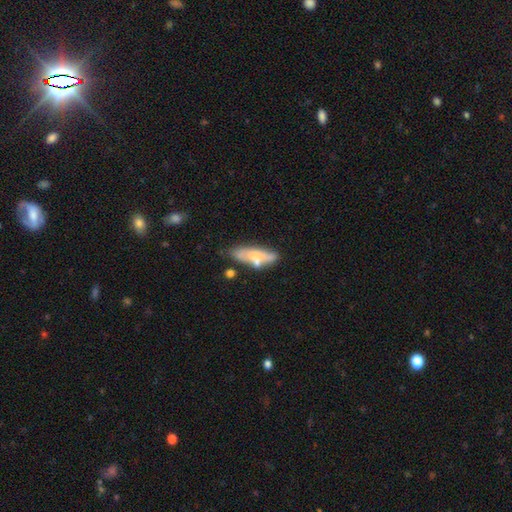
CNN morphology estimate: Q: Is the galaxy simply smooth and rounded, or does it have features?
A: smooth — 53%.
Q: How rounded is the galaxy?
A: in between — 55%.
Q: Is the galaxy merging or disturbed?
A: none — 50%.